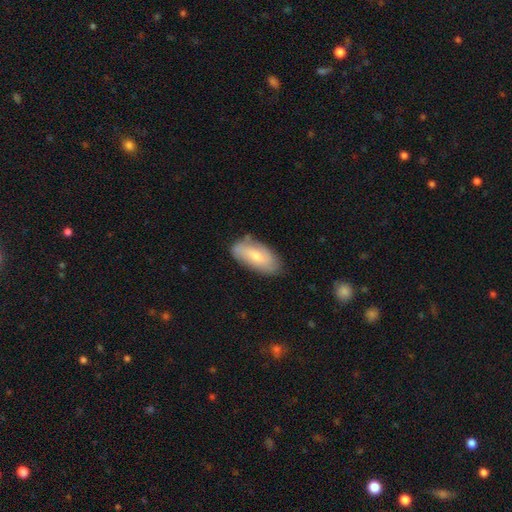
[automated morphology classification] Smooth or featured?
  - smooth: 62% *
  - featured or disk: 32%
  - star or artifact: 6%
How rounded?
  - in between: 88% *
  - cigar-shaped: 10%
  - round: 2%
Merging?
  - none: 70% *
  - minor disturbance: 23%
  - major disturbance: 5%
  - merger: 2%